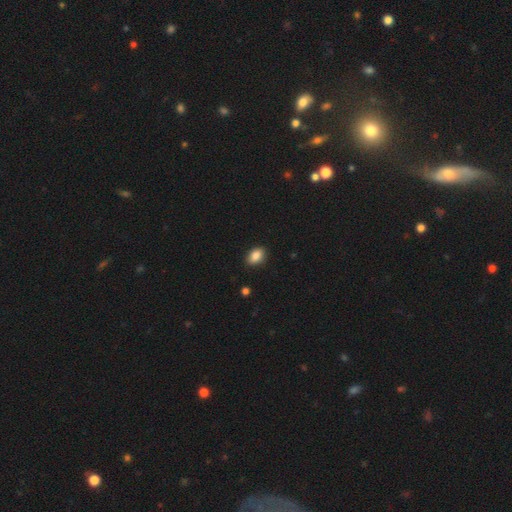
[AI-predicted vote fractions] A smooth galaxy with no disk features (87%) that is in between round and cigar-shaped (80%).

Vote fractions:
- Smooth or featured? smooth: 87% / star or artifact: 8% / featured or disk: 5%
- How rounded? in between: 80% / round: 19% / cigar-shaped: 1%
- Merging? none: 86% / minor disturbance: 11% / major disturbance: 2% / merger: 1%